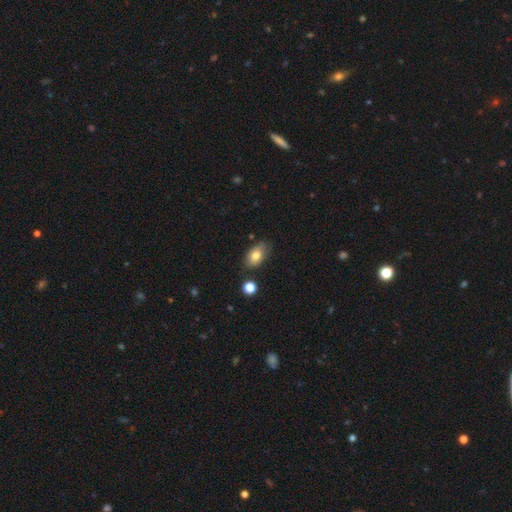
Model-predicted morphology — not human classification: smooth_or_featured: smooth (p=0.77) [alt: featured or disk p=0.15]
how_rounded: in between (p=0.88) [alt: round p=0.09]
merging: none (p=0.74) [alt: minor disturbance p=0.19]